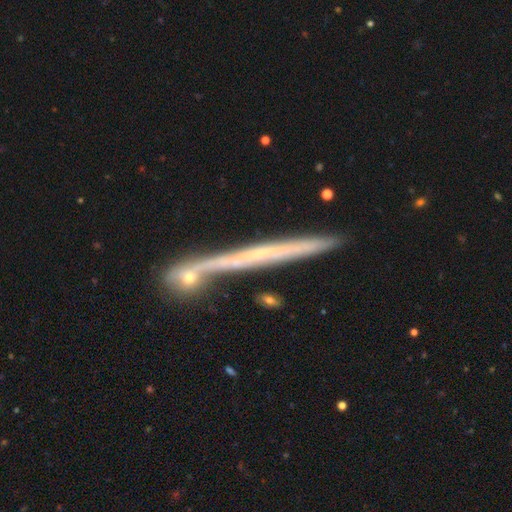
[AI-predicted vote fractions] Q: Smooth or featured?
A: featured or disk (65%); runner-up: smooth (27%)
Q: Edge-on disk?
A: yes (95%); runner-up: no (5%)
Q: Edge-on bulge?
A: none (87%); runner-up: rounded (9%)
Q: Merging?
A: none (73%); runner-up: merger (13%)